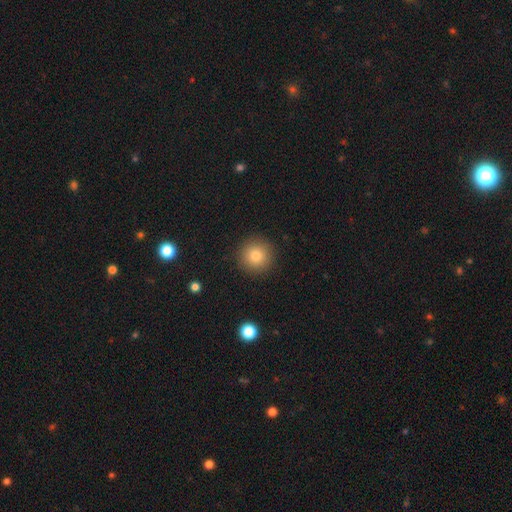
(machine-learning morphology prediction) Q: Smooth or featured?
A: smooth (81%); runner-up: star or artifact (11%)
Q: How rounded?
A: round (95%); runner-up: in between (4%)
Q: Merging?
A: none (91%); runner-up: minor disturbance (6%)